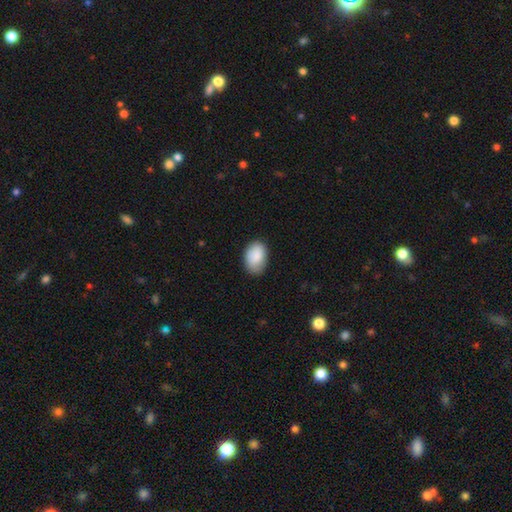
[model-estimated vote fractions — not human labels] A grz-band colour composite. It shows a smooth galaxy with no disk features (87%) that is in between round and cigar-shaped (86%). Merging: none (75%).